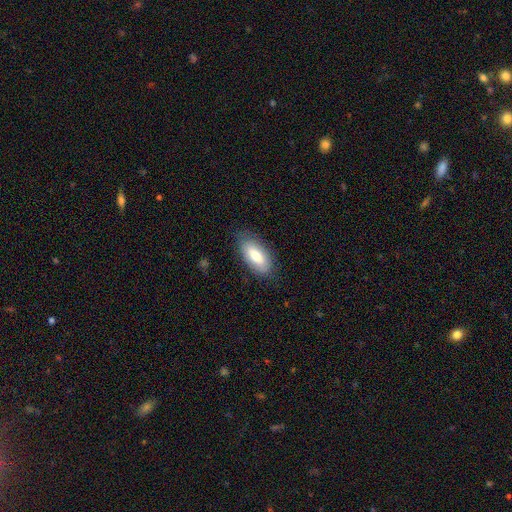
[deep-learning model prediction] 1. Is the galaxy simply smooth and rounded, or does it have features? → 74% smooth, 19% featured or disk, 6% star or artifact.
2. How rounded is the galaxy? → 89% in between, 8% cigar-shaped, 3% round.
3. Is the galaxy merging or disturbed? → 79% none, 17% minor disturbance, 4% major disturbance, 1% merger.